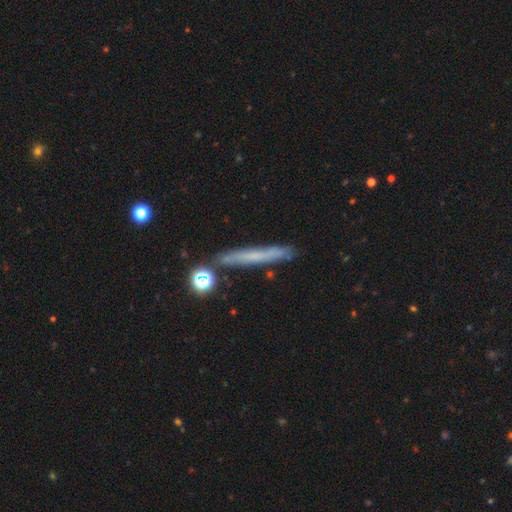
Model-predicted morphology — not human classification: Q: Smooth or featured?
A: smooth (48%); runner-up: featured or disk (41%)
Q: Merging?
A: none (82%); runner-up: minor disturbance (12%)